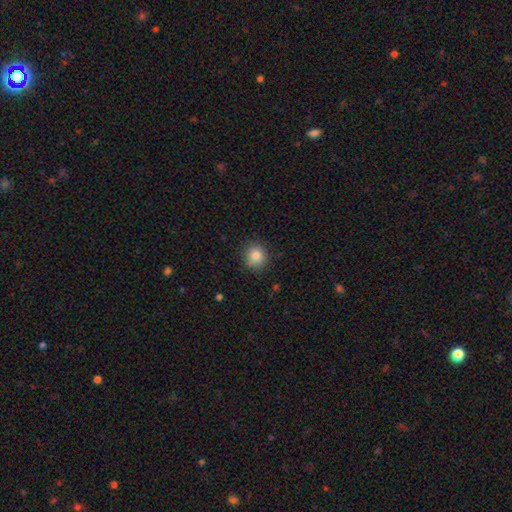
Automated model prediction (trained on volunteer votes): The model was most divided on "smooth or featured": smooth: 83%, star or artifact: 11%, featured or disk: 6%. More confident: how rounded — round (87%); merging — none (85%).